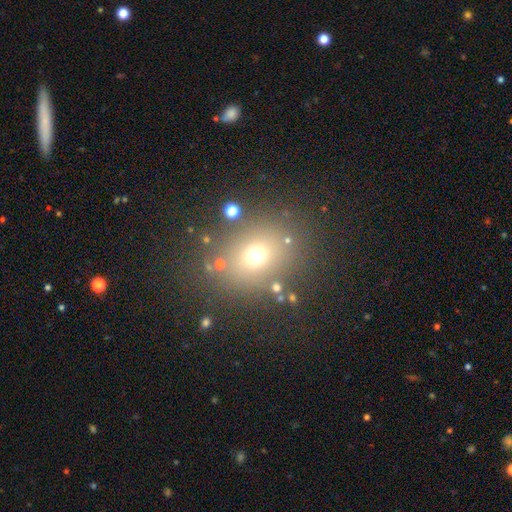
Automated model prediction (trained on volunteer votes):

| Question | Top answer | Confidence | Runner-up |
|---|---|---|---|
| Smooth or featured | smooth | 66% | star or artifact (22%) |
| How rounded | round | 61% | in between (37%) |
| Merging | none | 80% | minor disturbance (10%) |